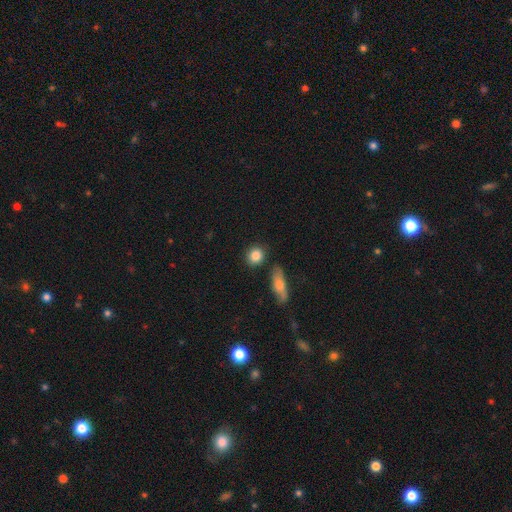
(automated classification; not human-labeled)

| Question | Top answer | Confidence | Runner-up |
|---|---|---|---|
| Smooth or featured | smooth | 85% | star or artifact (8%) |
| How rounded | round | 73% | in between (24%) |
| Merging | none | 81% | minor disturbance (10%) |